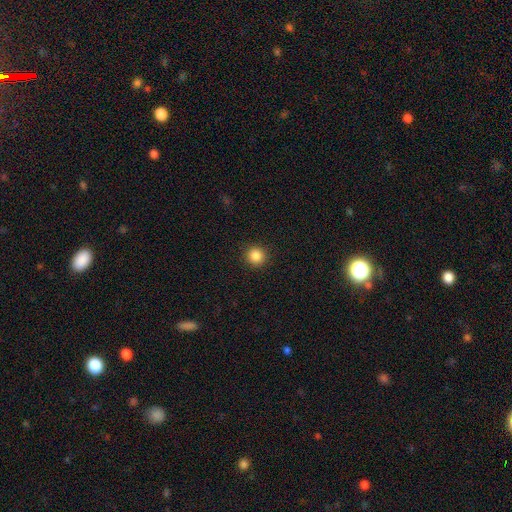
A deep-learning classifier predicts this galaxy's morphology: type=smooth (86%); roundness=round (95%); merging=none (92%).